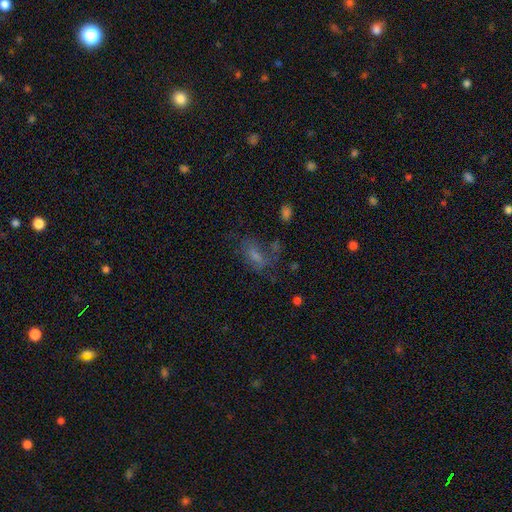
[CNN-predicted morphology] The model was most divided on "merging": none: 43%, major disturbance: 27%, minor disturbance: 21%, merger: 9%. More confident: how rounded — in between (79%); smooth or featured — smooth (52%).